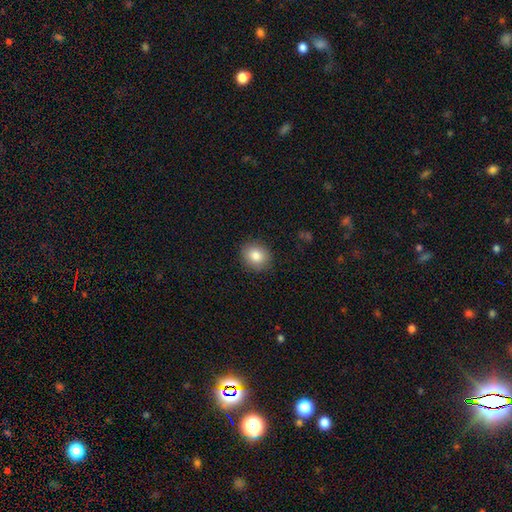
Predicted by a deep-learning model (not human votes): A smooth galaxy with no disk features (83%) that is round (74%).

Vote fractions:
- Smooth or featured? smooth: 83% / star or artifact: 9% / featured or disk: 8%
- How rounded? round: 74% / in between: 25% / cigar-shaped: 1%
- Merging? none: 88% / minor disturbance: 8% / major disturbance: 2% / merger: 1%